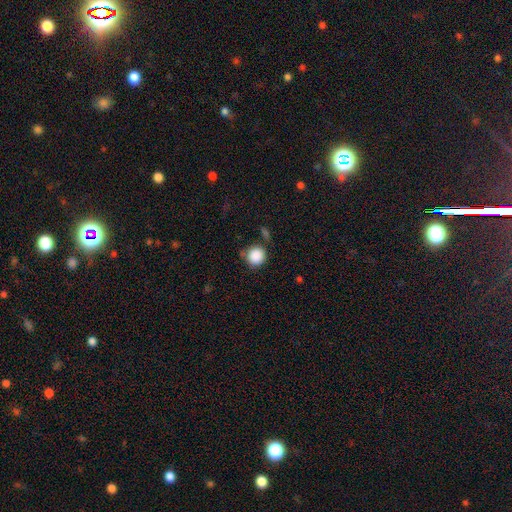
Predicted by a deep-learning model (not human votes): smooth 88%, star or artifact 9%, featured or disk 3%. Down the decision tree: how rounded — round (93%); merging — none (76%).